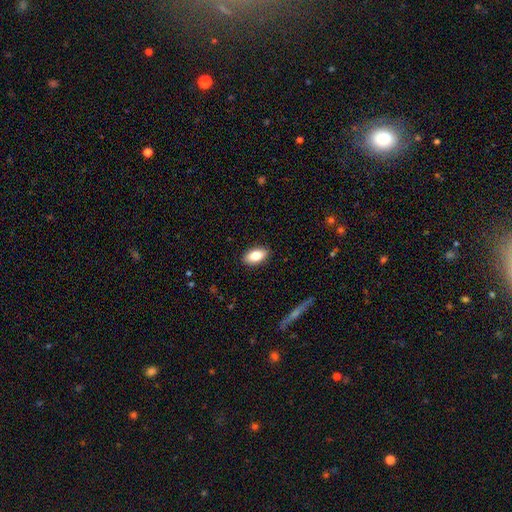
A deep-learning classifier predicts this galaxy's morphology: Smooth or featured? smooth (82%)
How rounded? in between (91%)
Merging? none (89%)